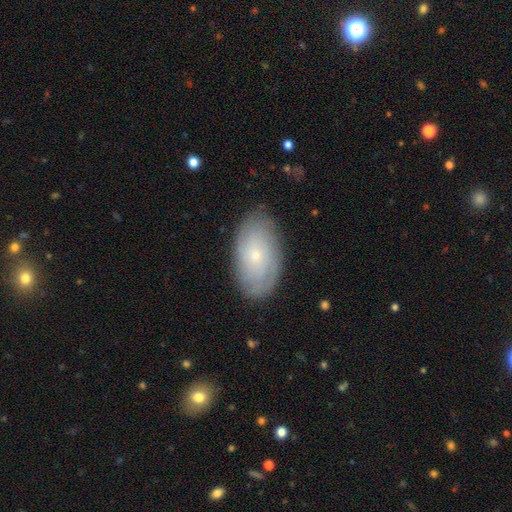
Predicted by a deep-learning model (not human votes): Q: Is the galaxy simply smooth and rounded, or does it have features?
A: featured or disk — 50%.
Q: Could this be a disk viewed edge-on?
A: no — 92%.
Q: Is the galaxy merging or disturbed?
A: none — 81%.